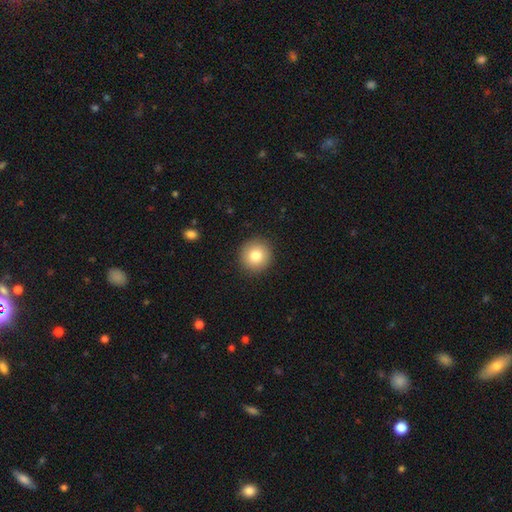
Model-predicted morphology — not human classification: type=smooth (82%); roundness=round (93%); merging=none (91%).